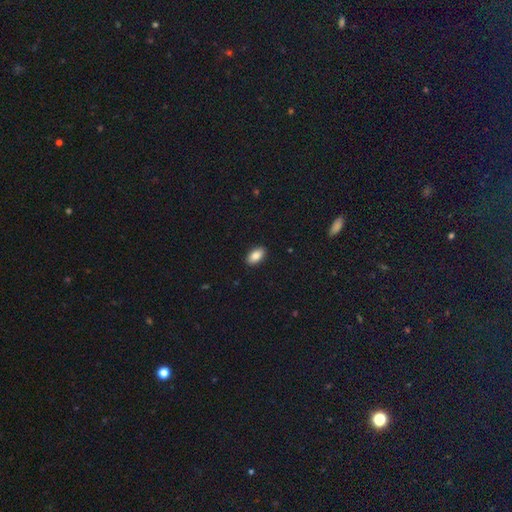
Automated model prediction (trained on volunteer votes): smooth-or-featured: smooth: 86% | star or artifact: 7% | featured or disk: 7%
  how-rounded: in between: 93% | round: 4% | cigar-shaped: 3%
  merging: none: 91% | minor disturbance: 7% | major disturbance: 2% | merger: 1%